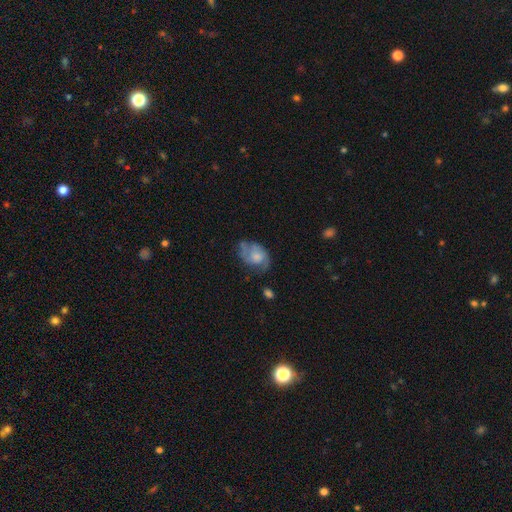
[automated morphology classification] smooth-or-featured: featured or disk: 49% | smooth: 43% | star or artifact: 8%
  merging: none: 44% | minor disturbance: 31% | major disturbance: 20% | merger: 4%